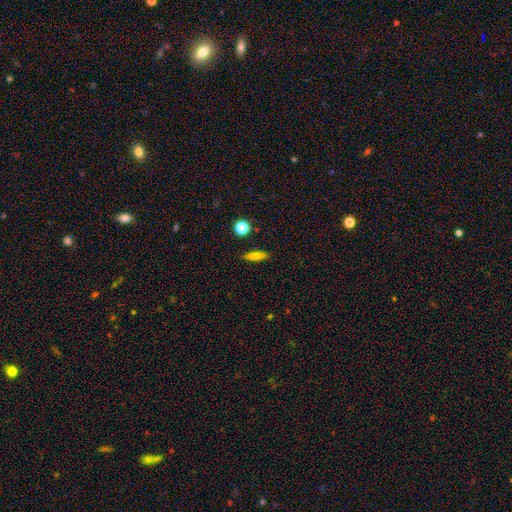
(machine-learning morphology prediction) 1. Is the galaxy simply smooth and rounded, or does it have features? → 79% smooth, 11% featured or disk, 10% star or artifact.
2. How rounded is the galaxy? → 64% cigar-shaped, 31% in between, 5% round.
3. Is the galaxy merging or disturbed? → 89% none, 8% minor disturbance, 2% major disturbance, 2% merger.